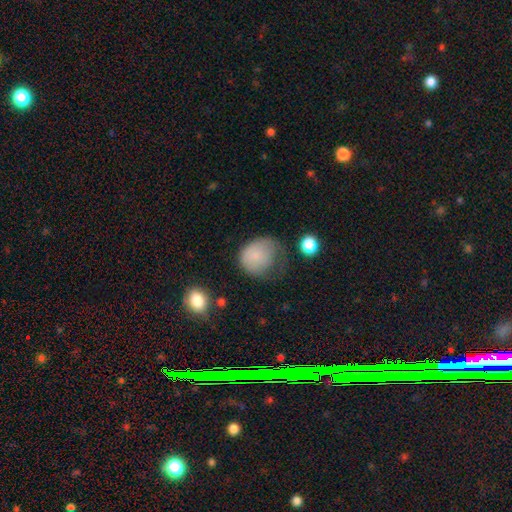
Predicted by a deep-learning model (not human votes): This is likely a smooth galaxy (79%). How rounded: likely round (64%). Merging: marginally major disturbance (35%).